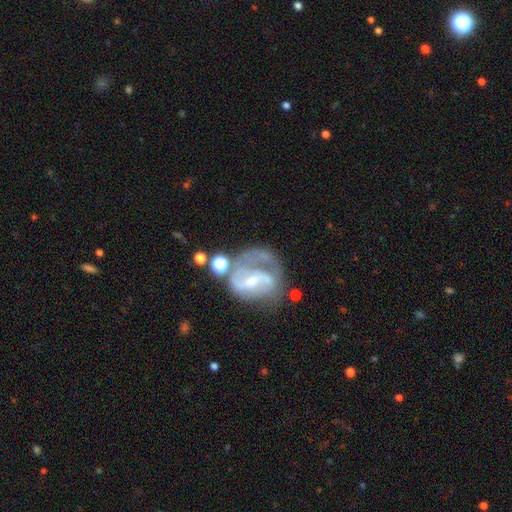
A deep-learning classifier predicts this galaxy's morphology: A featured or disk galaxy (79%) with a weak bar (44%), 2 (57%) medium (45%) spiral arms (85%) and a small central bulge (60%).

Vote fractions:
- Smooth or featured? featured or disk: 79% / smooth: 12% / star or artifact: 9%
- Edge-on disk? no: 97% / yes: 3%
- Bar? weak: 44% / strong: 29% / no: 27%
- Spiral arms? yes: 85% / no: 15%
- Spiral winding? medium: 45% / loose: 28% / tight: 27%
- Spiral arm count? 2: 57% / 1: 17% / can't tell: 17% / 3: 6% / 4: 2% / more than 4: 2%
- Bulge size? small: 60% / moderate: 30% / none: 7% / large: 2% / dominant: 1%
- Merging? none: 39% / major disturbance: 28% / minor disturbance: 20% / merger: 13%